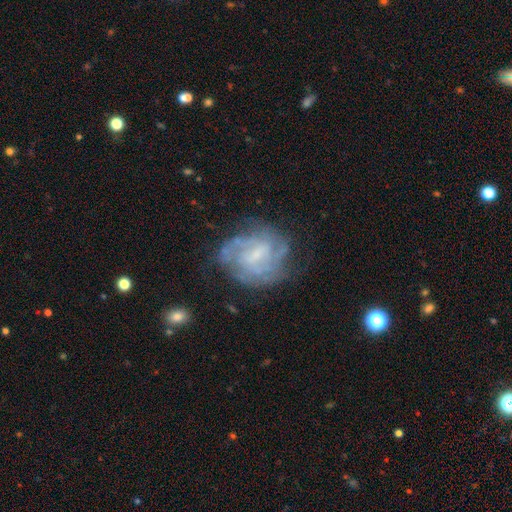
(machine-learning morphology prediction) Smooth or featured? Predicted: featured or disk (p=0.76). Edge-on disk? Predicted: no (p=0.97). Bar? Predicted: weak (p=0.54). Spiral arms? Predicted: yes (p=0.81). Spiral winding? Predicted: tight (p=0.52). Spiral arm count? Predicted: can't tell (p=0.48). Bulge size? Predicted: small (p=0.50). Merging? Predicted: none (p=0.64).